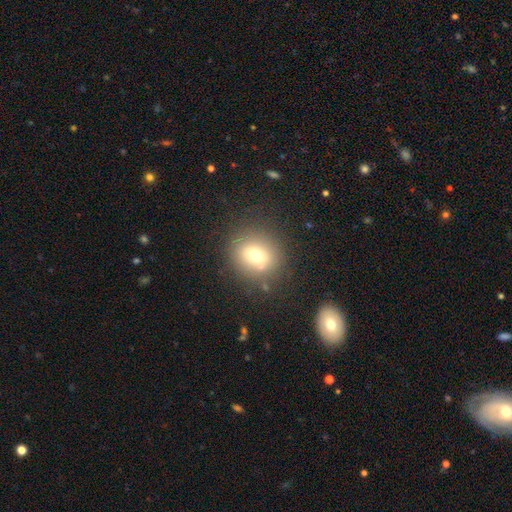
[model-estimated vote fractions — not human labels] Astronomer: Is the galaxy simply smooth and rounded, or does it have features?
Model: smooth — 67%.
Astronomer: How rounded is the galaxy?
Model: round — 84%.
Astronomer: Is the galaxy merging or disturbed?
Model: none — 77%.